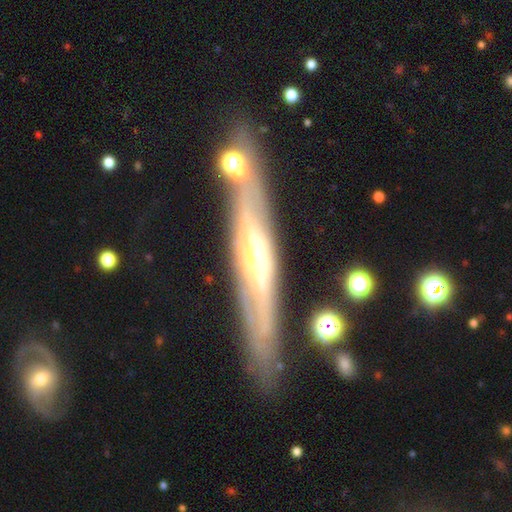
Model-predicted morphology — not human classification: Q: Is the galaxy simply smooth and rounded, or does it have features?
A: featured or disk — 77%.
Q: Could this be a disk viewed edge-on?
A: yes — 76%.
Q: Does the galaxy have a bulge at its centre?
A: rounded — 66%.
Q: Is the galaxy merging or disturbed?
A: none — 81%.